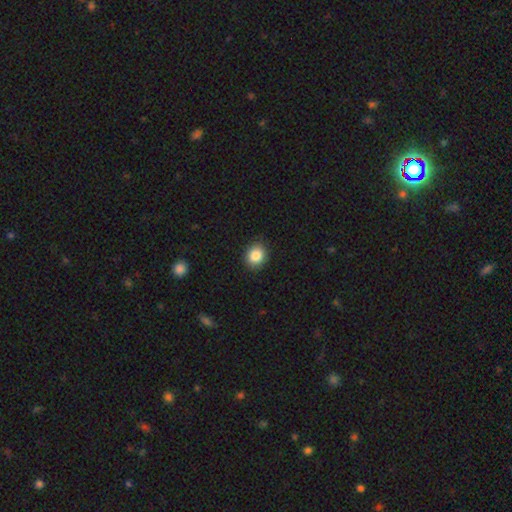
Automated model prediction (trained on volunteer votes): Smooth or featured: smooth — 86% (star or artifact — 9%)
How rounded: round — 61% (in between — 38%)
Merging: none — 88% (minor disturbance — 9%)